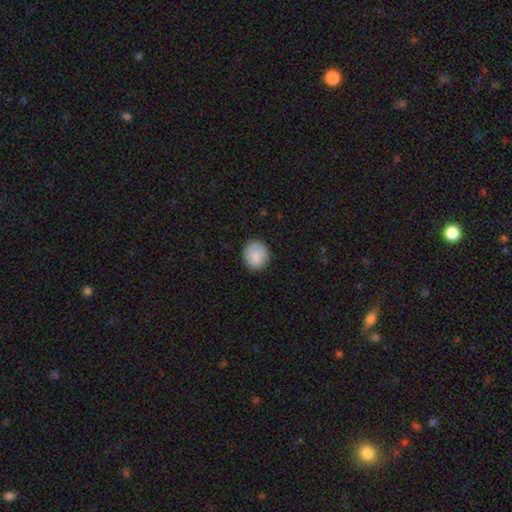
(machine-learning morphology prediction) A smooth galaxy with no disk features (88%) that is round (69%). Merging: none (84%).